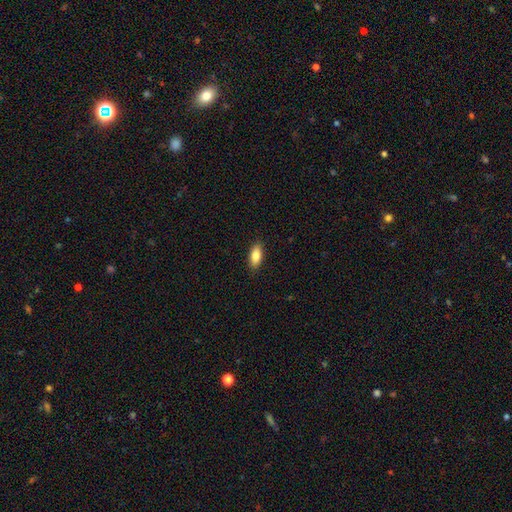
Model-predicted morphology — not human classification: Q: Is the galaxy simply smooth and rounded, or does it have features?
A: smooth — 85%.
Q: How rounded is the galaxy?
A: in between — 85%.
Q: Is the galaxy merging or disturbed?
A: none — 89%.